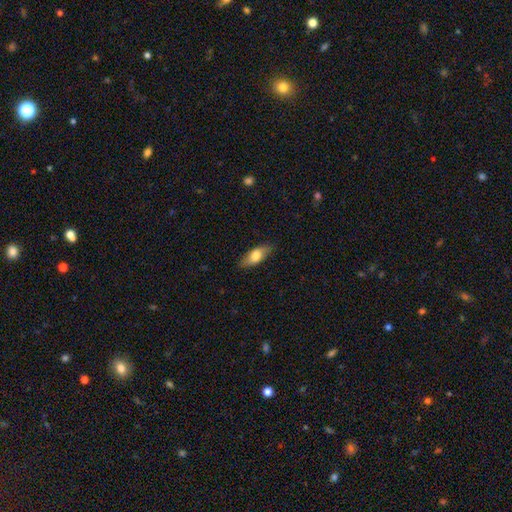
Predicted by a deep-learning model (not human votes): Q: Smooth or featured?
A: smooth (72%); runner-up: featured or disk (22%)
Q: How rounded?
A: in between (79%); runner-up: cigar-shaped (18%)
Q: Merging?
A: none (81%); runner-up: minor disturbance (15%)